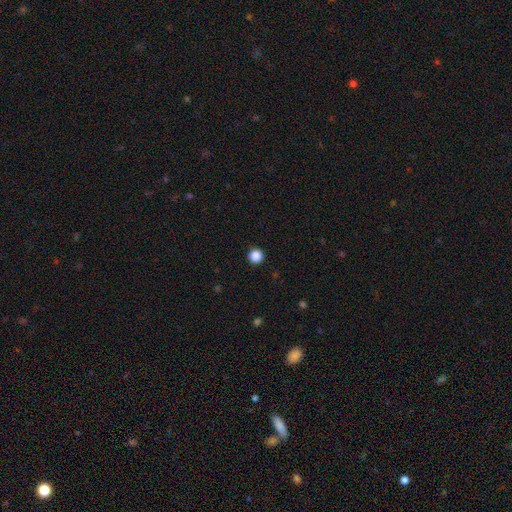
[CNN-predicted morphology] Smooth or featured: smooth — 87% (star or artifact — 10%)
How rounded: round — 96% (in between — 3%)
Merging: none — 93% (minor disturbance — 4%)